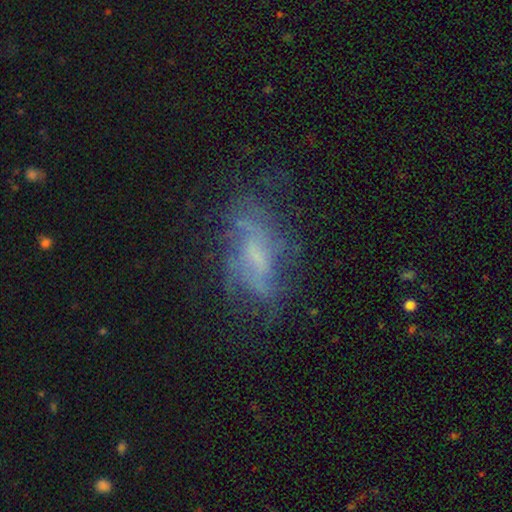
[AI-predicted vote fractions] A featured or disk galaxy (59%) with no bar (58%), spiral arms (58%) and no central bulge (39%).

Vote fractions:
- Smooth or featured? featured or disk: 59% / smooth: 28% / star or artifact: 12%
- Edge-on disk? no: 89% / yes: 11%
- Bar? no: 58% / weak: 32% / strong: 10%
- Spiral arms? yes: 58% / no: 42%
- Bulge size? none: 39% / small: 33% / moderate: 22% / large: 5% / dominant: 1%
- Merging? none: 57% / minor disturbance: 22% / major disturbance: 18% / merger: 3%